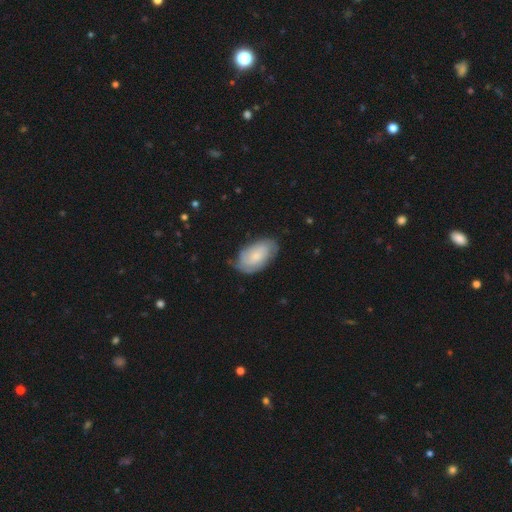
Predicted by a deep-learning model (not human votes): This appears to be a featured or disk galaxy (49%). Merging: none (71%).